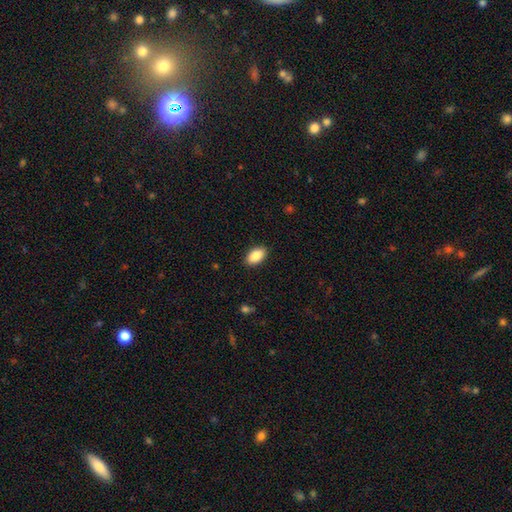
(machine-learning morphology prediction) A smooth galaxy with no disk features (87%) that is in between round and cigar-shaped (93%).

Vote fractions:
- Smooth or featured? smooth: 87% / star or artifact: 7% / featured or disk: 6%
- How rounded? in between: 93% / round: 5% / cigar-shaped: 2%
- Merging? none: 89% / minor disturbance: 8% / major disturbance: 2% / merger: 1%